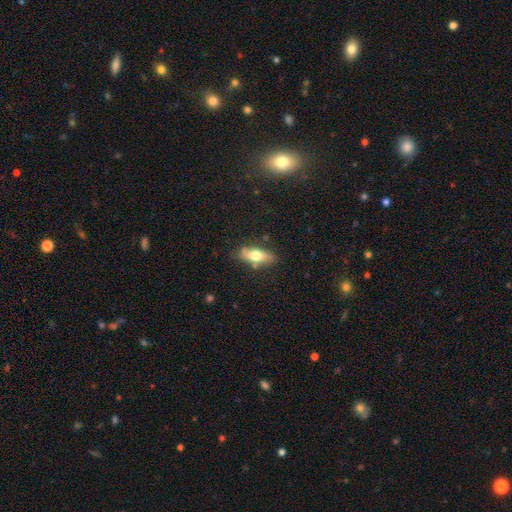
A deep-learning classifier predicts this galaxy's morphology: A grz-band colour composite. It shows a smooth galaxy with no disk features (65%) that is in between round and cigar-shaped (73%). Merging: none (75%).